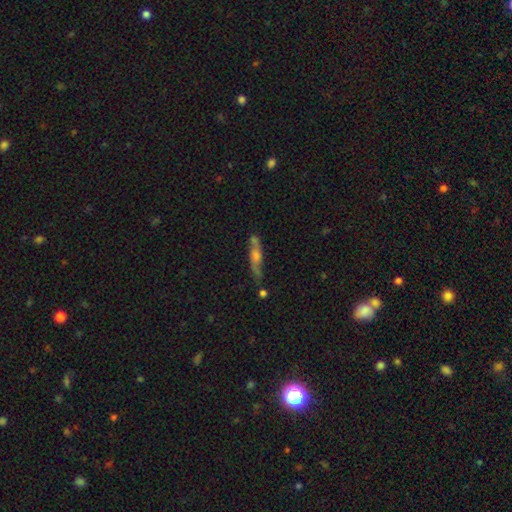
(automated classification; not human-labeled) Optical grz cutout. It shows a featured or disk galaxy (55%) viewed edge-on (71%). Merging: none (64%).